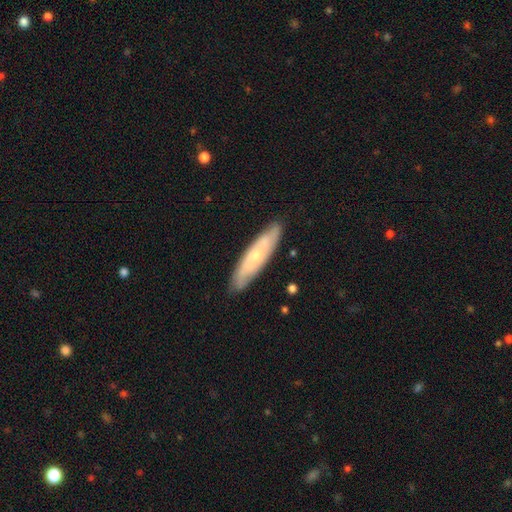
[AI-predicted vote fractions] Morphology: type=featured or disk (50%); merging=none (86%).